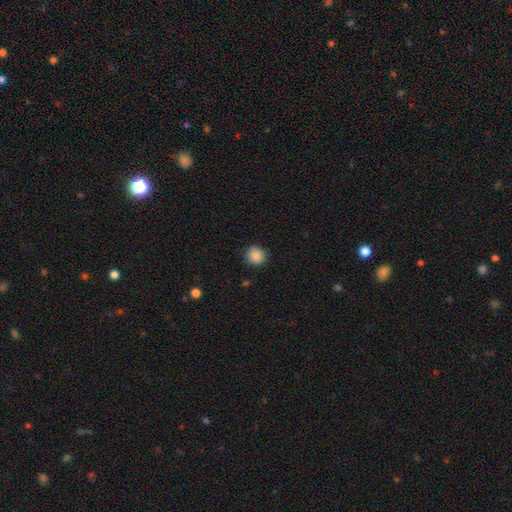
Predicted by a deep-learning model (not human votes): Smooth or featured? smooth (88%)
How rounded? round (88%)
Merging? none (89%)